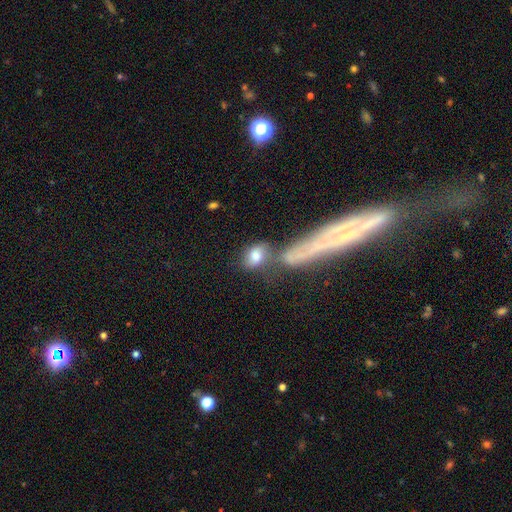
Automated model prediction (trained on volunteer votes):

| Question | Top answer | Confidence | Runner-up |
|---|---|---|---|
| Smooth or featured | smooth | 70% | featured or disk (20%) |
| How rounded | in between | 73% | round (21%) |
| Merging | none | 41% | merger (33%) |